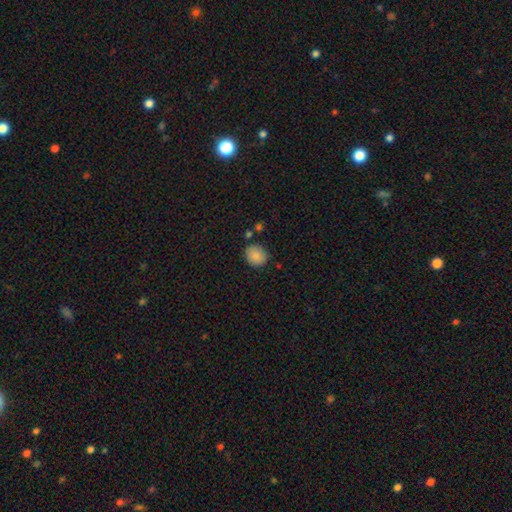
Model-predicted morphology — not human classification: Smooth or featured: smooth — 87% (star or artifact — 9%)
How rounded: round — 77% (in between — 22%)
Merging: none — 81% (minor disturbance — 12%)